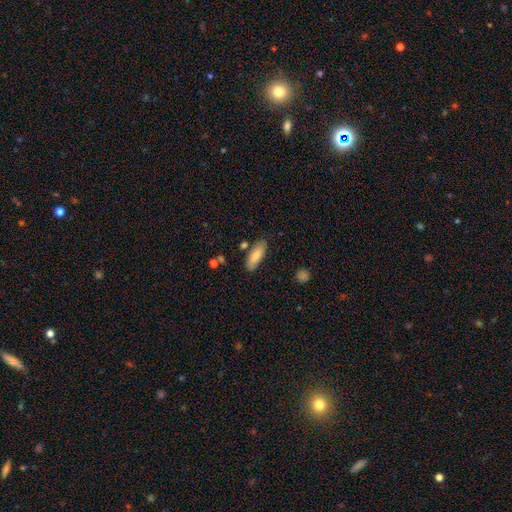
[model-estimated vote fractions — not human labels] Overall: smooth (81%). How rounded: in between (71%). Merging: none (79%).